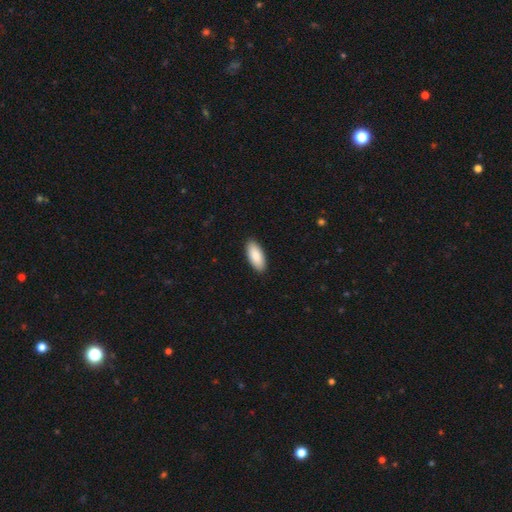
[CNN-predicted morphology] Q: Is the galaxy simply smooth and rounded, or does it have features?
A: smooth — 90%.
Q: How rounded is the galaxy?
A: in between — 86%.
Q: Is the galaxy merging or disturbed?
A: none — 90%.